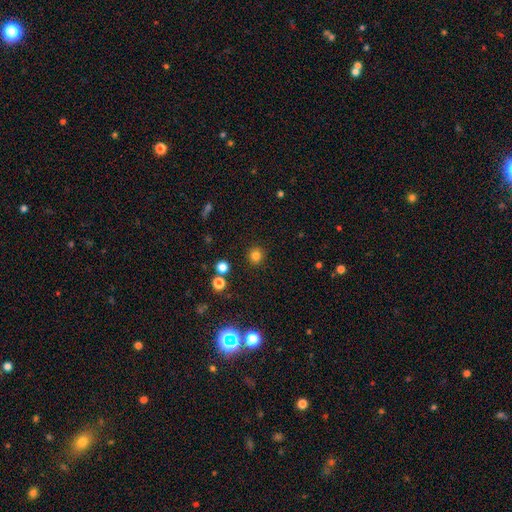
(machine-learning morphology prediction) A smooth galaxy with no disk features (81%) that is round (91%).

Vote fractions:
- Smooth or featured? smooth: 81% / star or artifact: 15% / featured or disk: 5%
- How rounded? round: 91% / in between: 8% / cigar-shaped: 1%
- Merging? none: 90% / minor disturbance: 6% / major disturbance: 2% / merger: 2%